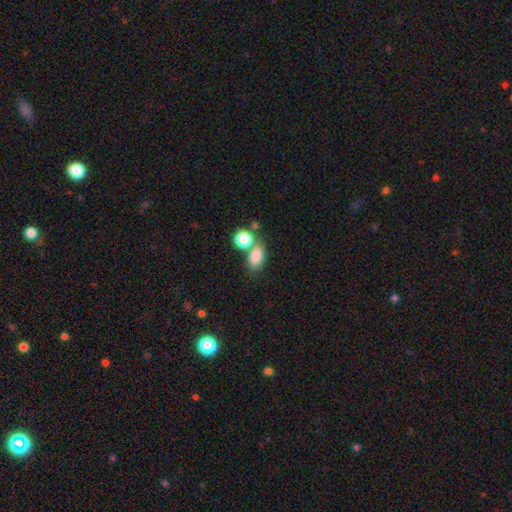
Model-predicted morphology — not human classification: Smooth or featured? Predicted: smooth (p=0.82). How rounded? Predicted: in between (p=0.81). Merging? Predicted: none (p=0.47).